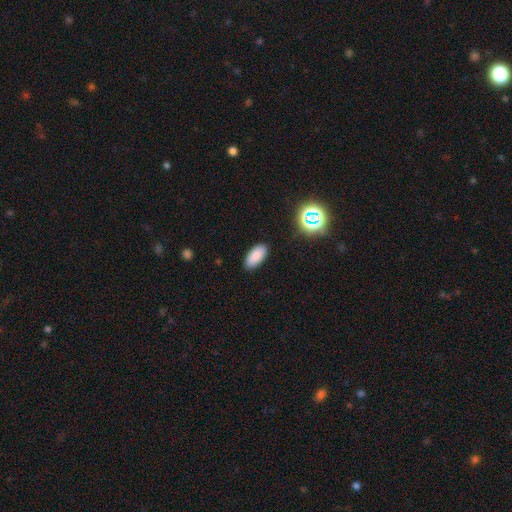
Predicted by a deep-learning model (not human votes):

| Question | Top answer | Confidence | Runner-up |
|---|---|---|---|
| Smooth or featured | smooth | 85% | star or artifact (10%) |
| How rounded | in between | 93% | cigar-shaped (5%) |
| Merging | none | 88% | minor disturbance (9%) |